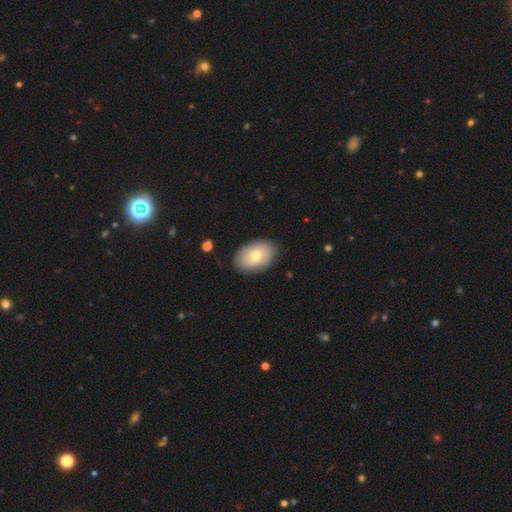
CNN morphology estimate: A smooth galaxy with no disk features (73%) that is in between round and cigar-shaped (90%). Merging: none (87%).